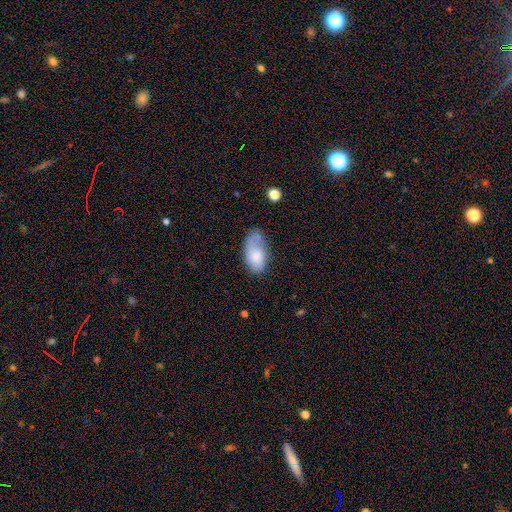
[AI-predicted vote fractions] This is likely a smooth galaxy (70%). How rounded: clearly in between (94%). Merging: possibly none (47%).